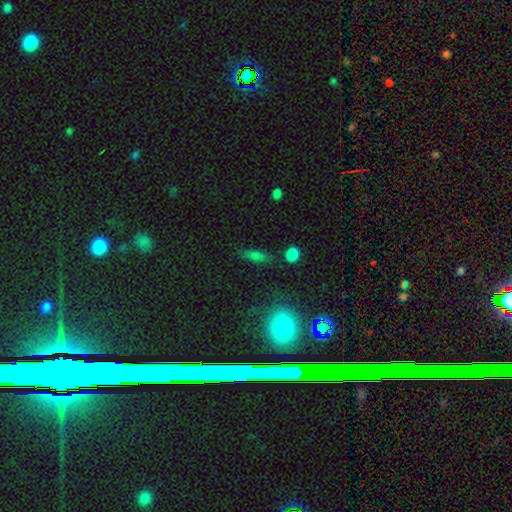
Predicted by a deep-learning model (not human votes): This appears to be a smooth galaxy with no disk features (69%) that is in between round and cigar-shaped (50%). Merging: none (80%).